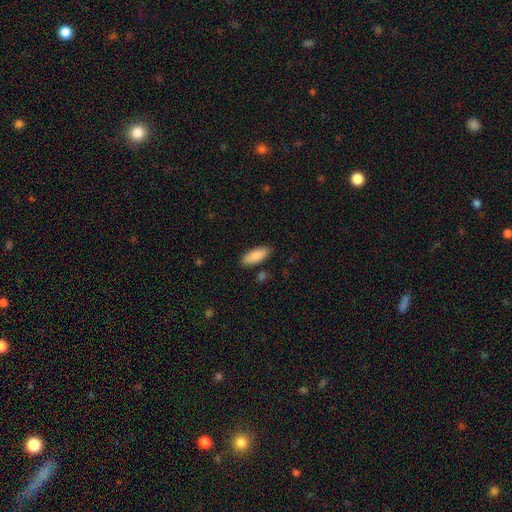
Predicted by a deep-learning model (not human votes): A smooth galaxy with no disk features (88%) that is in between round and cigar-shaped (74%).

Vote fractions:
- Smooth or featured? smooth: 88% / featured or disk: 6% / star or artifact: 6%
- How rounded? in between: 74% / cigar-shaped: 25% / round: 2%
- Merging? none: 86% / minor disturbance: 10% / major disturbance: 2% / merger: 2%